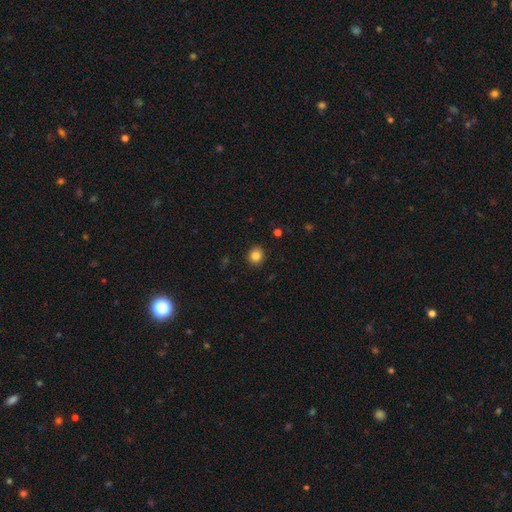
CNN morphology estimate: Smooth or featured?
  - smooth: 85% *
  - star or artifact: 11%
  - featured or disk: 4%
How rounded?
  - round: 83% *
  - in between: 16%
  - cigar-shaped: 1%
Merging?
  - none: 91% *
  - minor disturbance: 6%
  - major disturbance: 2%
  - merger: 1%